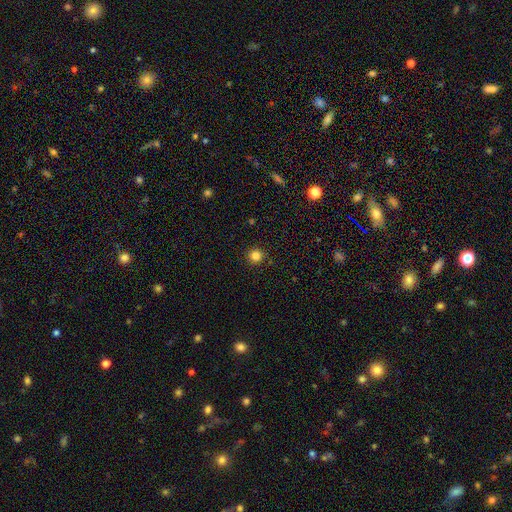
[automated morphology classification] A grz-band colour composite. It shows a smooth galaxy with no disk features (82%) that is round (95%). Merging: none (92%).